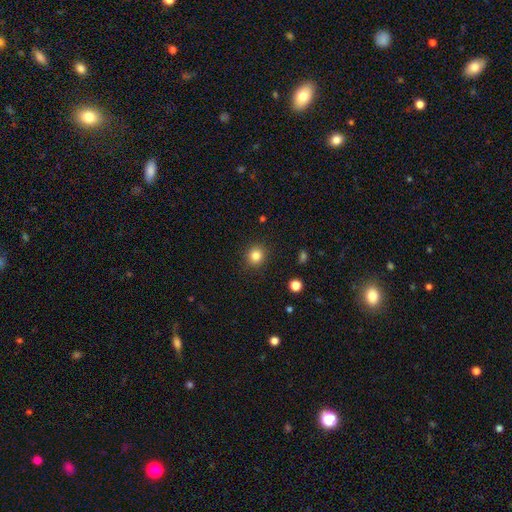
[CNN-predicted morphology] Overall: smooth (83%). How rounded: round (89%). Merging: none (90%).